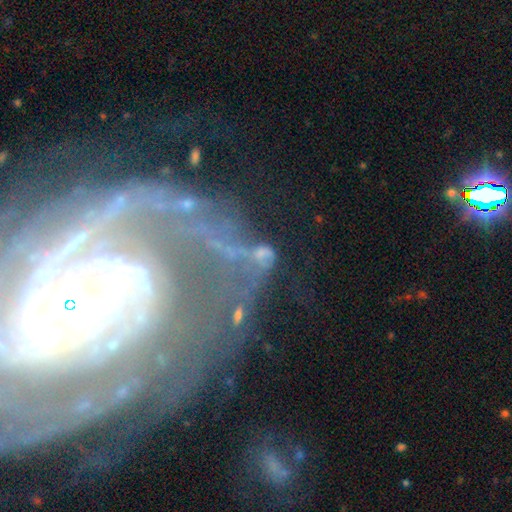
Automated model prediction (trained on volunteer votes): A featured or disk galaxy (57%) with no bar (45%), spiral arms (69%) and a small central bulge (41%). Merging: none (46%).